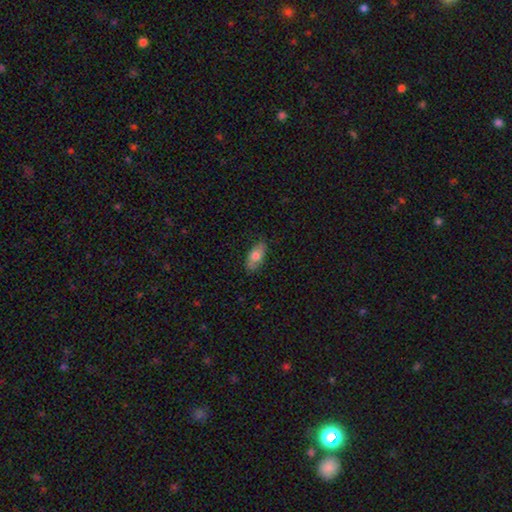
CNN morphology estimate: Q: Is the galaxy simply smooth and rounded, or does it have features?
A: smooth — 71%.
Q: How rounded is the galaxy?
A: in between — 88%.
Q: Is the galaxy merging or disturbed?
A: none — 80%.